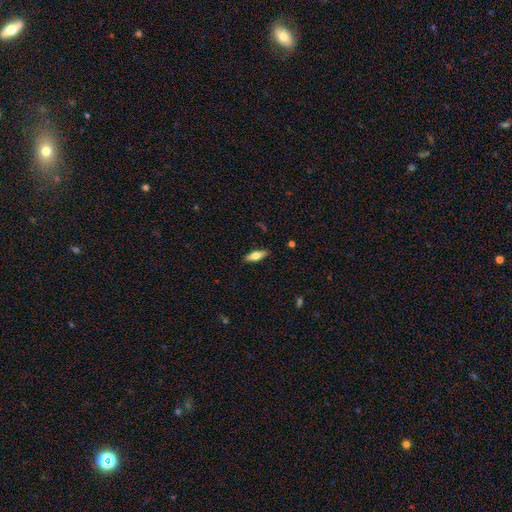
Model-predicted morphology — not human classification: type=smooth (65%); roundness=in between (60%); merging=none (88%).